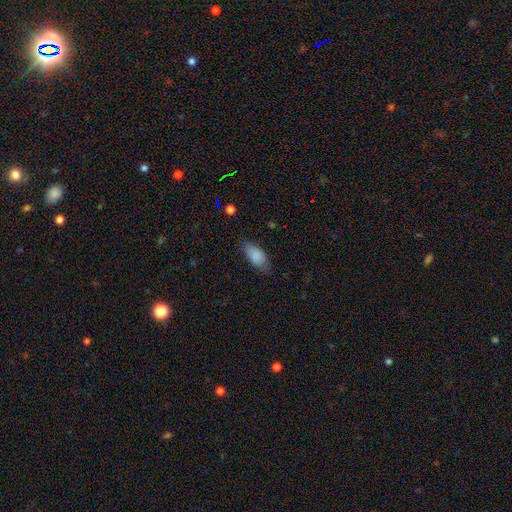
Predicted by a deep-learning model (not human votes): Smooth or featured: smooth — 87% (star or artifact — 7%)
How rounded: in between — 90% (cigar-shaped — 7%)
Merging: none — 73% (minor disturbance — 21%)